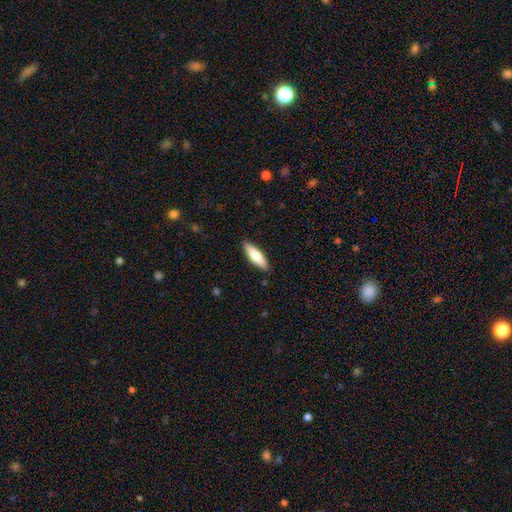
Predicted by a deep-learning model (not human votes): smooth-or-featured: smooth: 73% | featured or disk: 22% | star or artifact: 5%
  how-rounded: cigar-shaped: 54% | in between: 44% | round: 2%
  merging: none: 89% | minor disturbance: 9% | major disturbance: 2% | merger: 1%